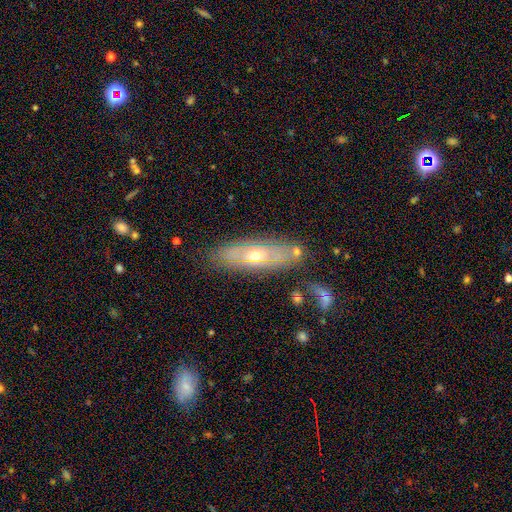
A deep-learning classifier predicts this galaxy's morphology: This is possibly a featured or disk galaxy (58%). It is likely not viewed edge-on (63%). Merging: likely none (77%).